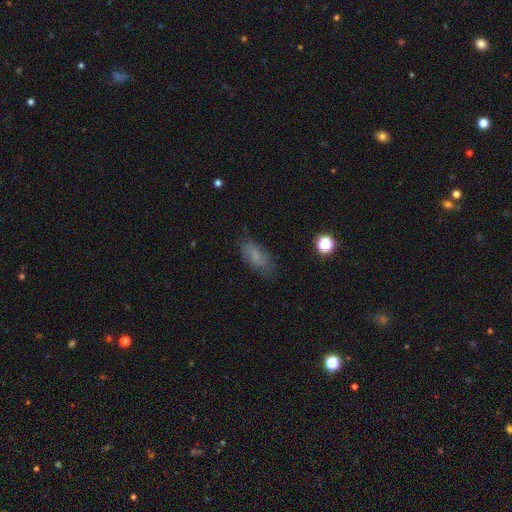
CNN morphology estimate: Q: Smooth or featured?
A: smooth (69%); runner-up: featured or disk (20%)
Q: How rounded?
A: in between (85%); runner-up: cigar-shaped (11%)
Q: Merging?
A: none (73%); runner-up: minor disturbance (19%)